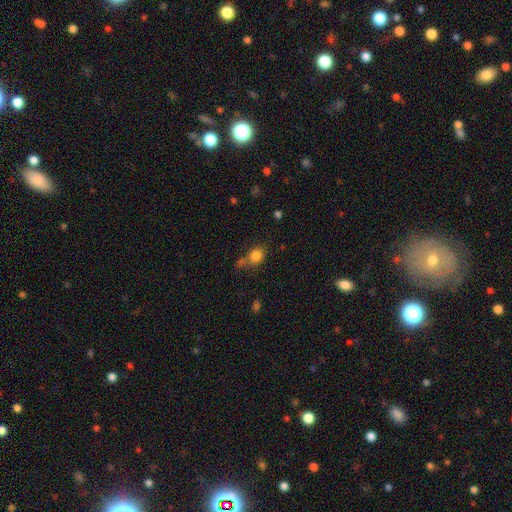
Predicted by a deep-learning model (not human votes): A smooth galaxy with no disk features (82%) that is round (49%, tied with in between).

Vote fractions:
- Smooth or featured? smooth: 82% / star or artifact: 11% / featured or disk: 7%
- How rounded? round: 49% (tied) / in between: 49% (tied) / cigar-shaped: 2%
- Merging? none: 53% / merger: 21% / minor disturbance: 18% / major disturbance: 8%